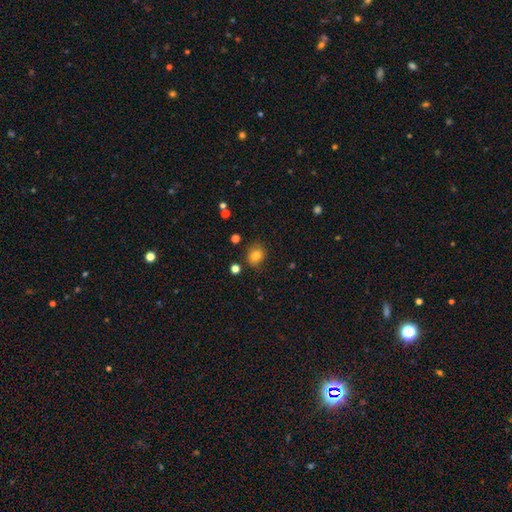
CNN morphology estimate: A smooth galaxy with no disk features (80%) that is round (58%).

Vote fractions:
- Smooth or featured? smooth: 80% / star or artifact: 12% / featured or disk: 8%
- How rounded? round: 58% / in between: 41% / cigar-shaped: 1%
- Merging? none: 79% / minor disturbance: 15% / major disturbance: 4% / merger: 3%